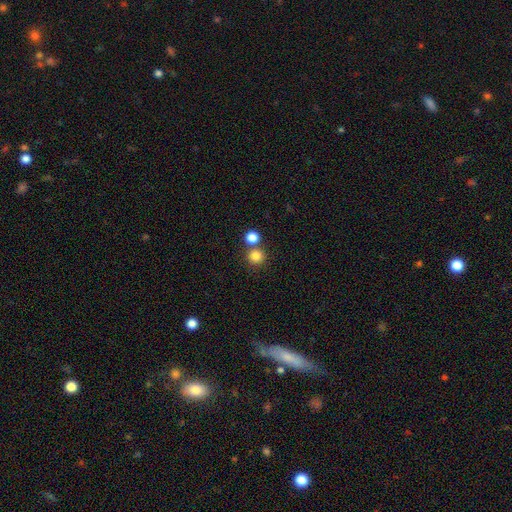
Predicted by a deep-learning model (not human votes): Q: Smooth or featured?
A: smooth (81%); runner-up: star or artifact (13%)
Q: How rounded?
A: round (93%); runner-up: in between (6%)
Q: Merging?
A: none (68%); runner-up: merger (23%)